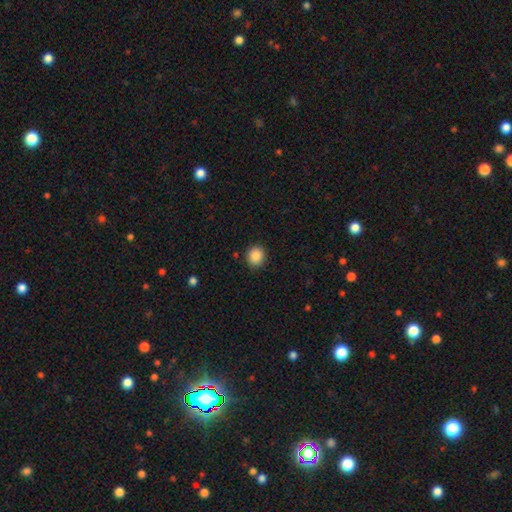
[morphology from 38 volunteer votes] Volunteers were most divided on "how rounded": round: 66%, in between: 34%, cigar-shaped: 0%. More confident: merging — none (89%); smooth or featured — smooth (84%).